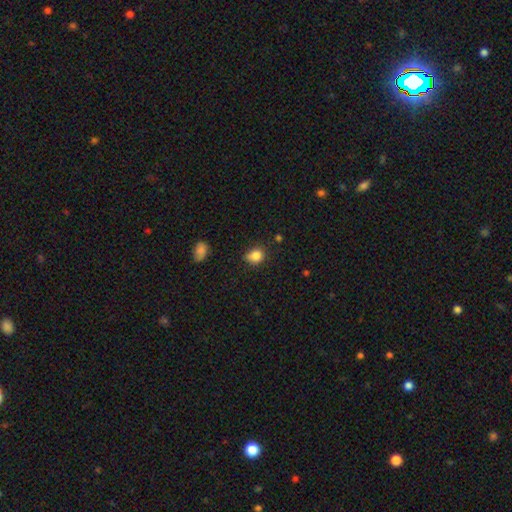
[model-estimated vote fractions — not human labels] Q: Smooth or featured?
A: smooth (84%); runner-up: star or artifact (11%)
Q: How rounded?
A: round (65%); runner-up: in between (34%)
Q: Merging?
A: none (67%); runner-up: minor disturbance (26%)